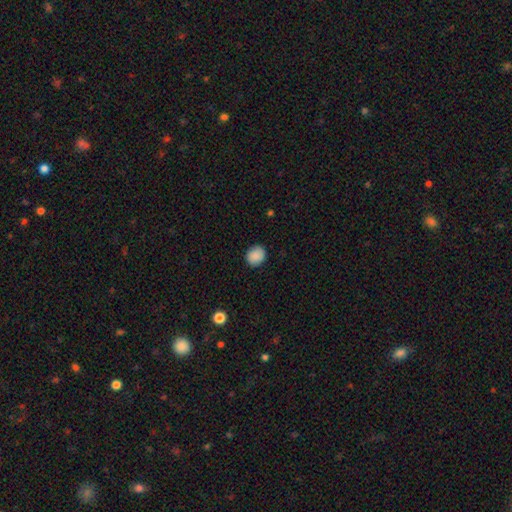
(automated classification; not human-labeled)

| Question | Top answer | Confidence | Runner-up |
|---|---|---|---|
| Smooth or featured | smooth | 89% | star or artifact (8%) |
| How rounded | round | 78% | in between (21%) |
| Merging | none | 88% | minor disturbance (9%) |